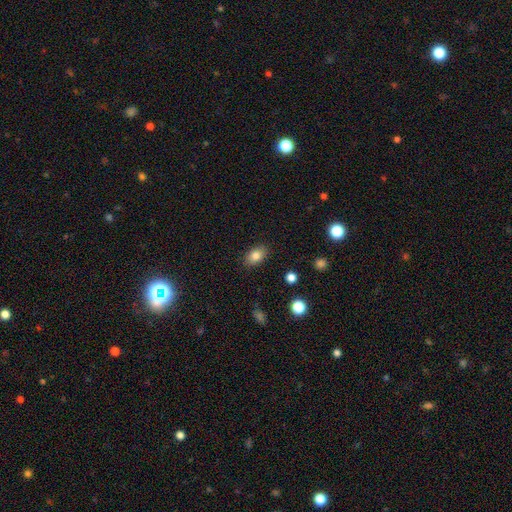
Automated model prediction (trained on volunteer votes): Morphology: type=smooth (82%); roundness=in between (85%); merging=none (87%).